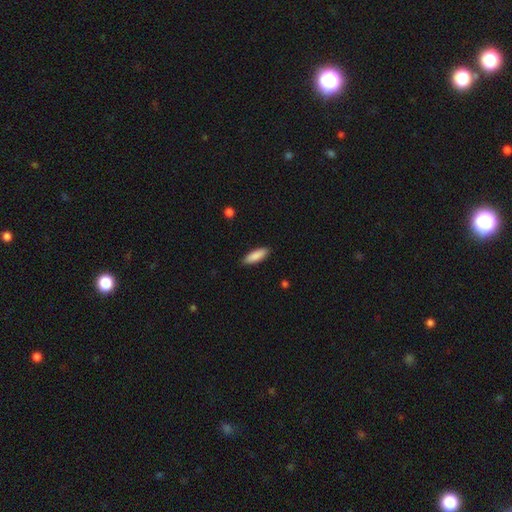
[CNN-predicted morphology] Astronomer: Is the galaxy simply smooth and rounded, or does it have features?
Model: smooth — 88%.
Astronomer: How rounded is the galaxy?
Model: in between — 56% (runner-up: cigar-shaped, 43%).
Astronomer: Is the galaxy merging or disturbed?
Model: none — 88%.